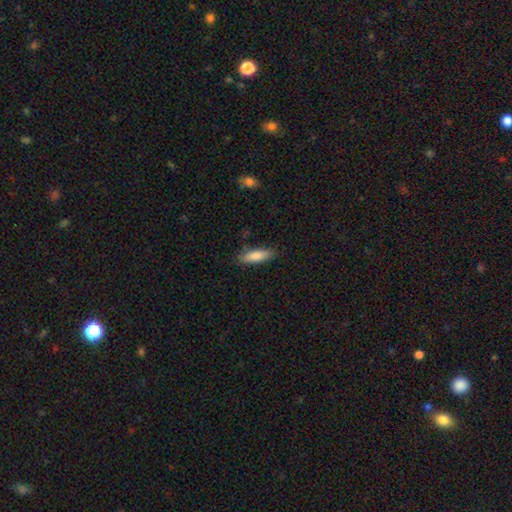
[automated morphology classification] A smooth galaxy with no disk features (82%) that is cigar-shaped (57%). Merging: none (85%).